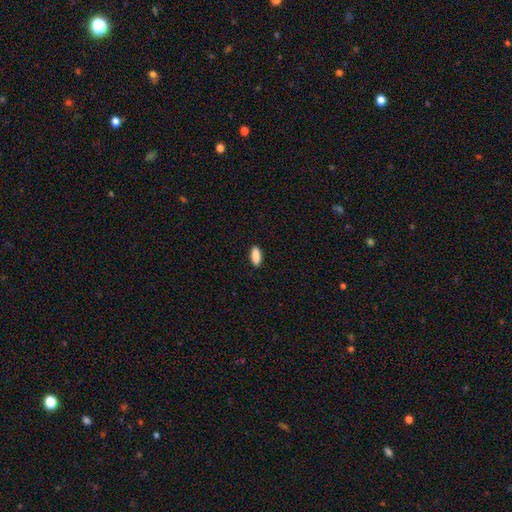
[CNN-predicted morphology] Overall: smooth (89%). How rounded: in between (79%). Merging: none (89%).